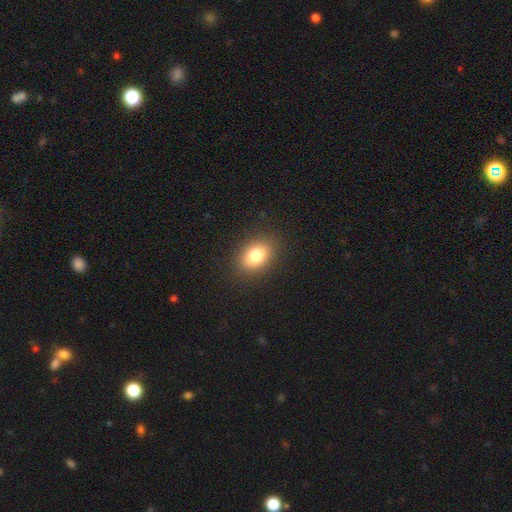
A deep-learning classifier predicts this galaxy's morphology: smooth_or_featured: smooth (p=0.81) [alt: star or artifact p=0.10]
how_rounded: in between (p=0.78) [alt: round p=0.21]
merging: none (p=0.88) [alt: minor disturbance p=0.08]